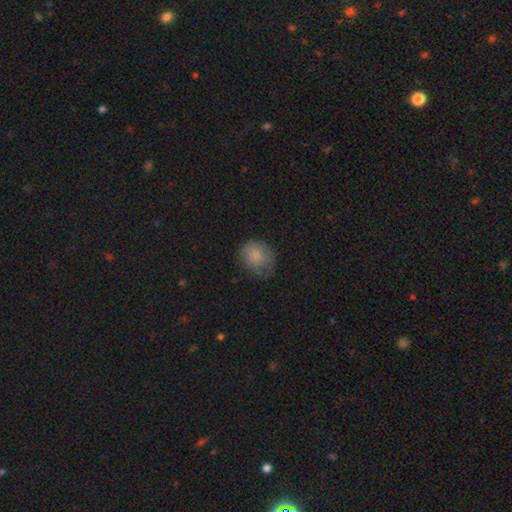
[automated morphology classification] Smooth or featured? Predicted: smooth (p=0.82). How rounded? Predicted: round (p=0.69). Merging? Predicted: none (p=0.62).